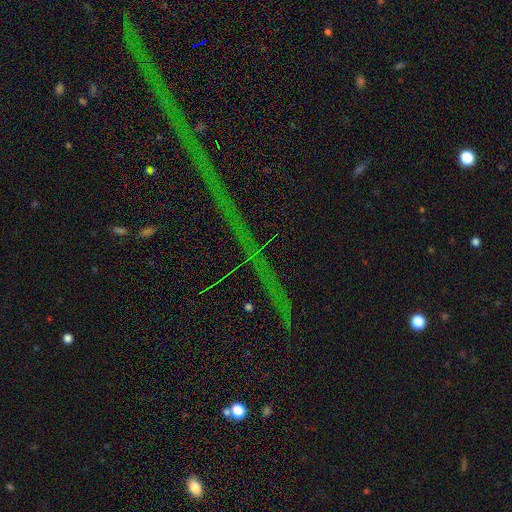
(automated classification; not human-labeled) smooth-or-featured: star or artifact: 84% | featured or disk: 9% | smooth: 8%